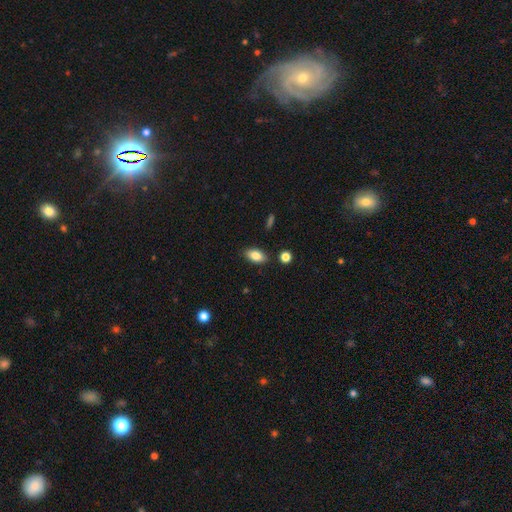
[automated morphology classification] Overall: smooth (84%). How rounded: in between (90%). Merging: none (86%).